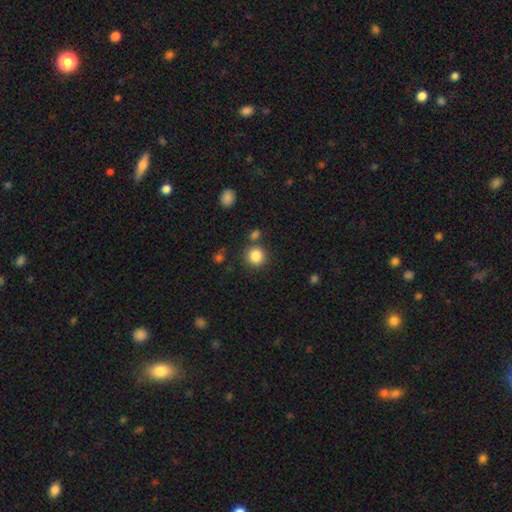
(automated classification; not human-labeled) Overall: smooth (85%). How rounded: round (91%). Merging: none (80%).